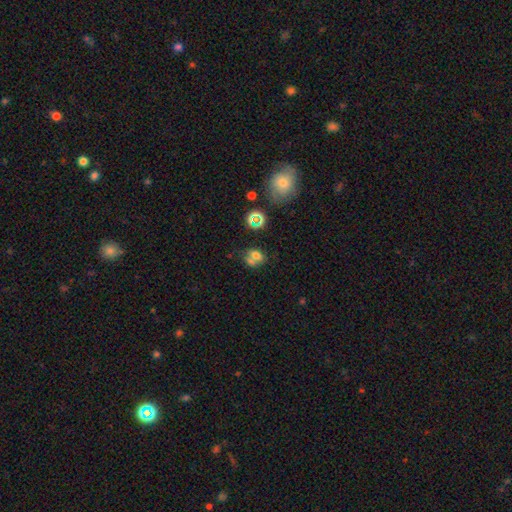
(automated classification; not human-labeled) Smooth or featured? smooth (63%)
How rounded? in between (52%)
Merging? merger (49%)